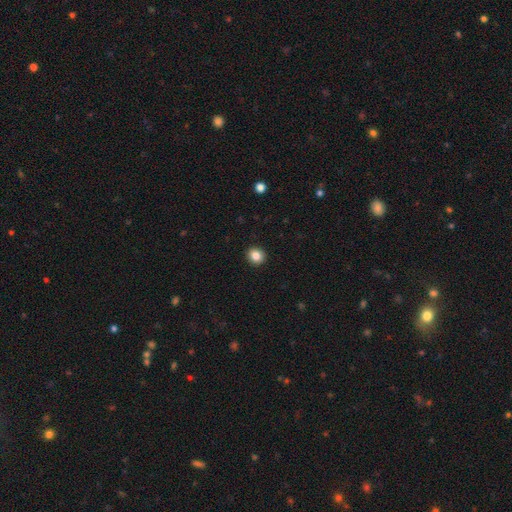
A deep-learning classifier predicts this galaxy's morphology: Smooth or featured?
  - smooth: 85% *
  - star or artifact: 10%
  - featured or disk: 5%
How rounded?
  - round: 81% *
  - in between: 18%
  - cigar-shaped: 1%
Merging?
  - none: 93% *
  - minor disturbance: 5%
  - major disturbance: 2%
  - merger: 1%